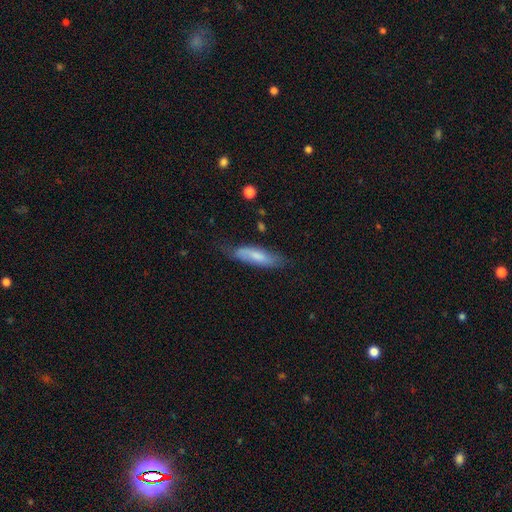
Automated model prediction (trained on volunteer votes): Smooth or featured? smooth (67%)
How rounded? cigar-shaped (56%)
Merging? none (61%)